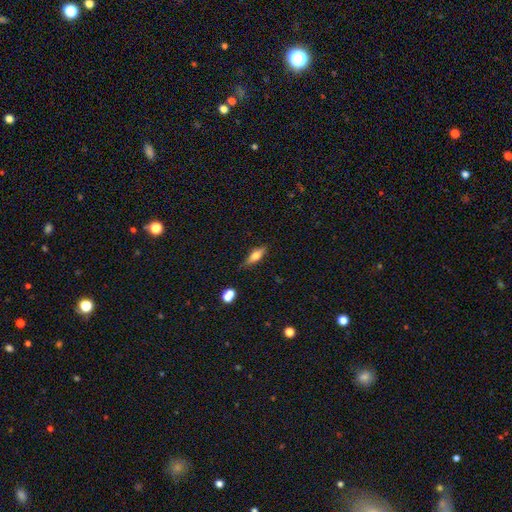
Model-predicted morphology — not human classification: smooth-or-featured: smooth: 58% | featured or disk: 34% | star or artifact: 8%
  how-rounded: in between: 56% | cigar-shaped: 40% | round: 4%
  merging: none: 78% | minor disturbance: 15% | major disturbance: 3% | merger: 3%